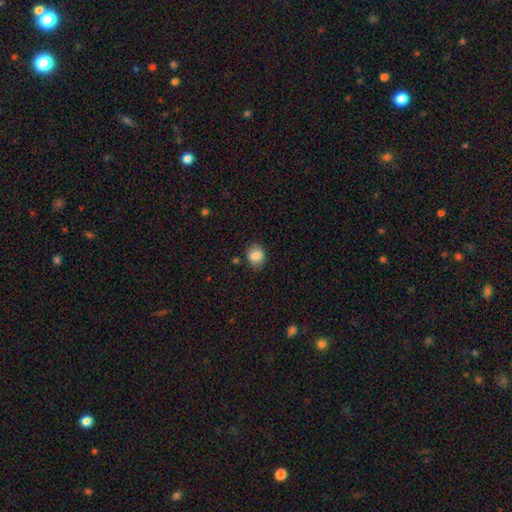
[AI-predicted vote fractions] A smooth galaxy with no disk features (84%) that is round (55%).

Vote fractions:
- Smooth or featured? smooth: 84% / star or artifact: 9% / featured or disk: 7%
- How rounded? round: 55% / in between: 44% / cigar-shaped: 1%
- Merging? none: 81% / minor disturbance: 14% / major disturbance: 3% / merger: 2%